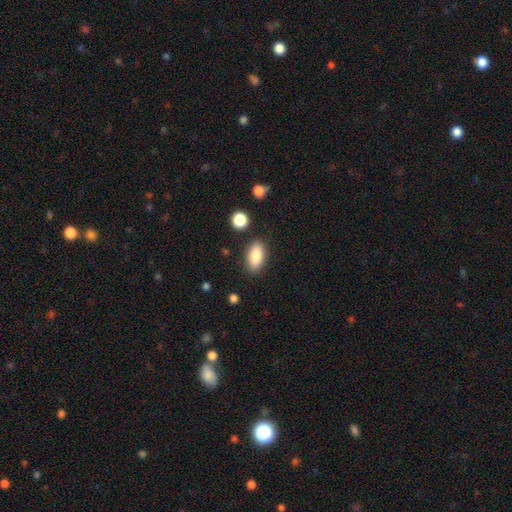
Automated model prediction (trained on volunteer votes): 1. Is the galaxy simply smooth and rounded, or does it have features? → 86% smooth, 7% featured or disk, 7% star or artifact.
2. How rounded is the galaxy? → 89% in between, 7% cigar-shaped, 4% round.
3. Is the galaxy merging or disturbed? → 85% none, 10% minor disturbance, 3% major disturbance, 3% merger.